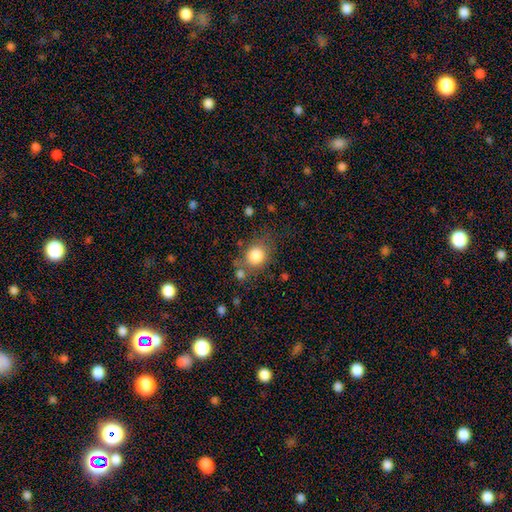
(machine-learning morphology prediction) smooth 82%, star or artifact 10%, featured or disk 8%. Down the decision tree: how rounded — round (66%); merging — none (65%).